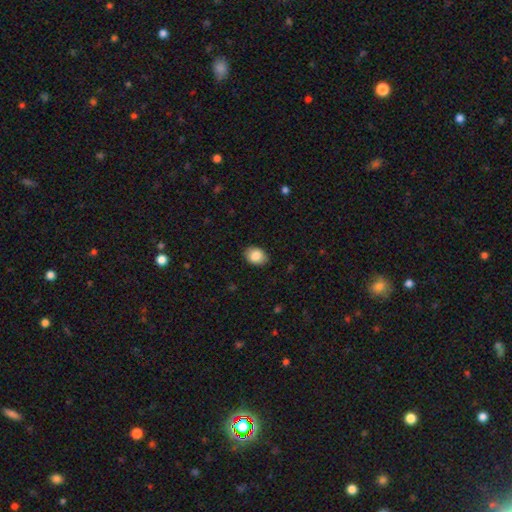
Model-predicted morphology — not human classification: The model was most divided on "how rounded": in between: 66%, round: 33%, cigar-shaped: 1%. More confident: merging — none (88%); smooth or featured — smooth (86%).